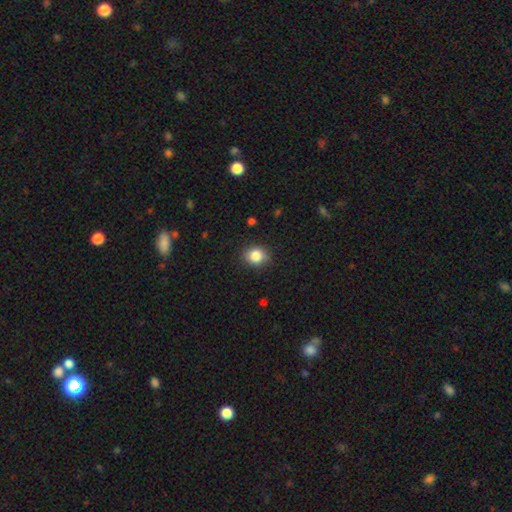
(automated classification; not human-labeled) smooth 84%, star or artifact 10%, featured or disk 6%. Down the decision tree: how rounded — round (68%); merging — none (86%).